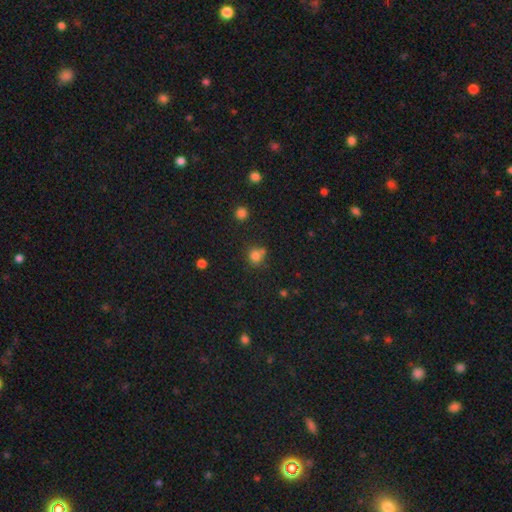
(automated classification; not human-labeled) This is likely a smooth galaxy (78%). How rounded: clearly round (82%). Merging: possibly none (57%).